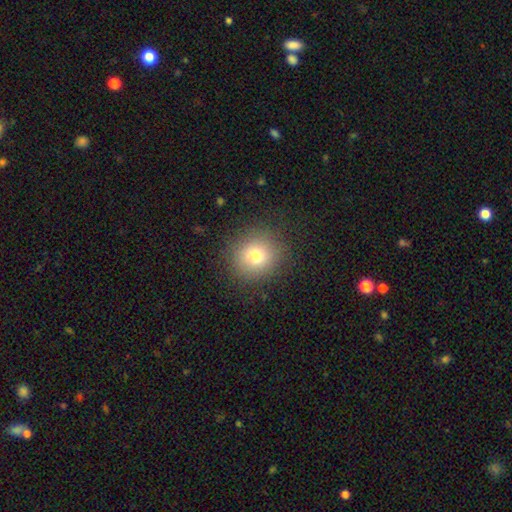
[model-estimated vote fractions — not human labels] Overall: smooth (76%). How rounded: round (89%). Merging: none (87%).